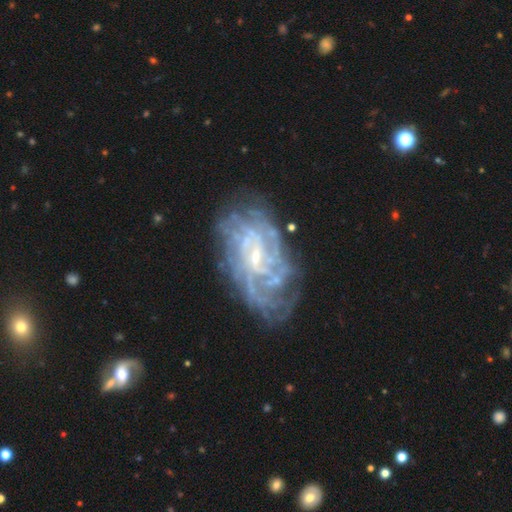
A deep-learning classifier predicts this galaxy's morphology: smooth_or_featured: featured or disk (p=0.86) [alt: star or artifact p=0.07]
disk_edge_on: no (p=0.96) [alt: yes p=0.04]
bar: weak (p=0.51) [alt: no p=0.33]
has_spiral_arms: yes (p=0.92) [alt: no p=0.08]
spiral_winding: tight (p=0.64) [alt: medium p=0.28]
spiral_arm_count: can't tell (p=0.43) [alt: 4 p=0.17]
bulge_size: small (p=0.71) [alt: moderate p=0.19]
merging: none (p=0.68) [alt: minor disturbance p=0.18]